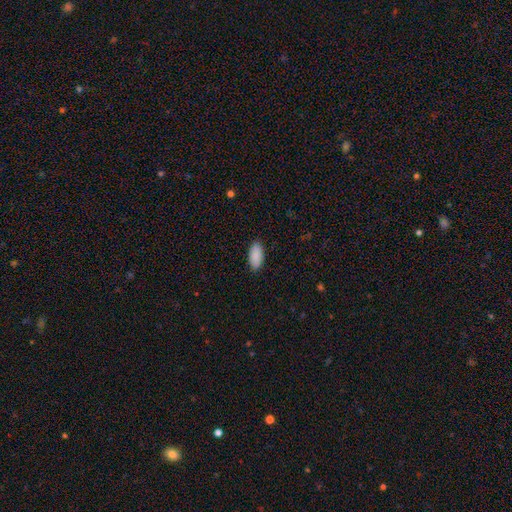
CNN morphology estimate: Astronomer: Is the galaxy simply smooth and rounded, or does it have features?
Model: smooth — 91%.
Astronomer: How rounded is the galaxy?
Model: in between — 92%.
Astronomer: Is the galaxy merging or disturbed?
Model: none — 88%.